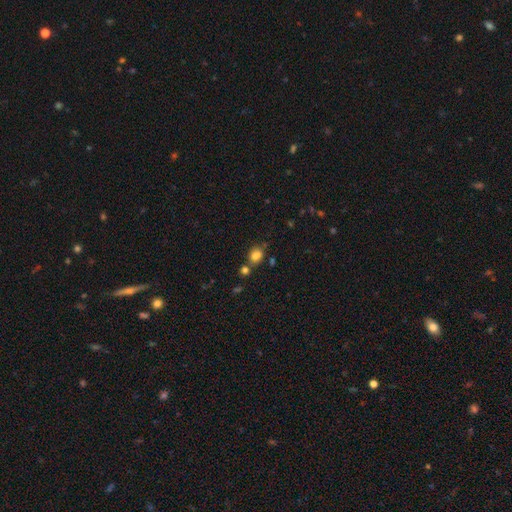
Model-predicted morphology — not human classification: A smooth galaxy with no disk features (81%) that is in between round and cigar-shaped (54%).

Vote fractions:
- Smooth or featured? smooth: 81% / star or artifact: 13% / featured or disk: 6%
- How rounded? in between: 54% / round: 44% / cigar-shaped: 1%
- Merging? none: 66% / merger: 16% / minor disturbance: 13% / major disturbance: 4%